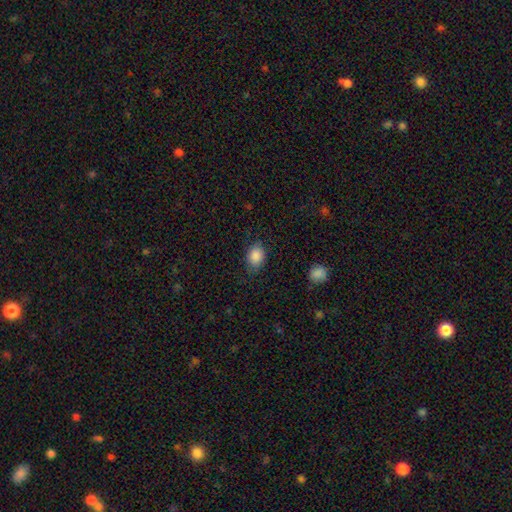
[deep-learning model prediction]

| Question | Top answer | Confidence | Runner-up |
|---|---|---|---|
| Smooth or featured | smooth | 87% | star or artifact (8%) |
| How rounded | in between | 64% | round (35%) |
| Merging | none | 75% | minor disturbance (19%) |